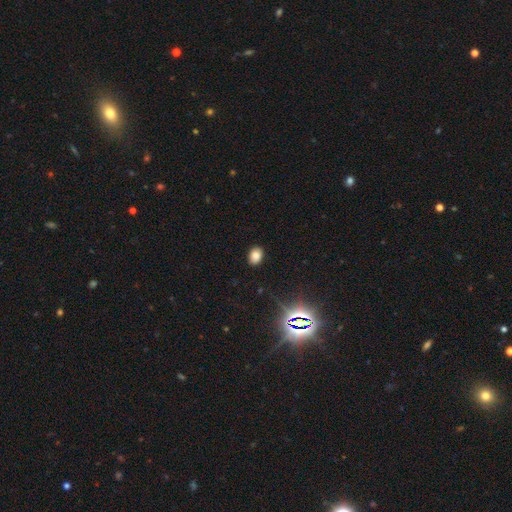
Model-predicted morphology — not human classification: Smooth or featured: smooth — 79% (star or artifact — 15%)
How rounded: in between — 73% (round — 26%)
Merging: none — 88% (minor disturbance — 9%)